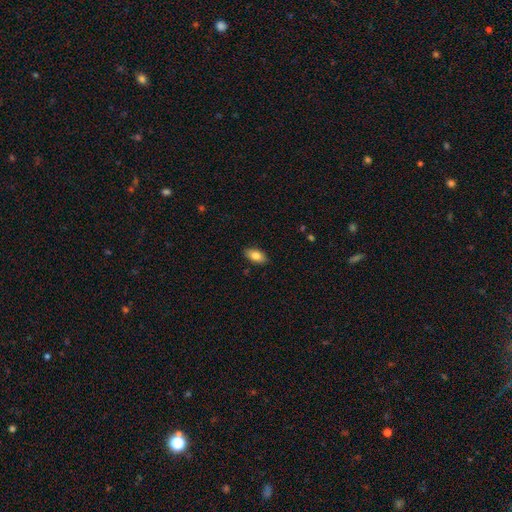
Smooth or featured? smooth (90%)
How rounded? in between (94%)
Merging? none (92%)